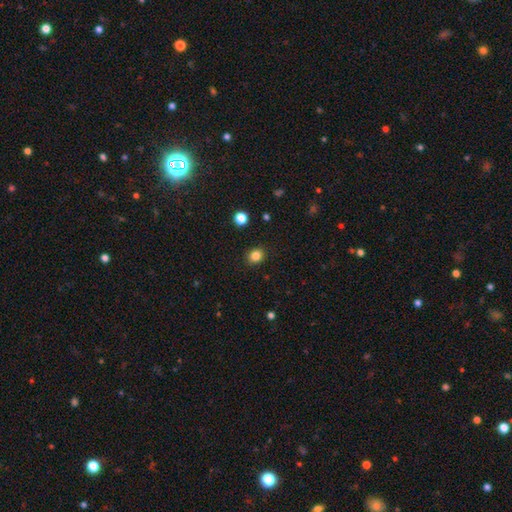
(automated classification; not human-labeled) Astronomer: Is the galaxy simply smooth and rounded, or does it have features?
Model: smooth — 84%.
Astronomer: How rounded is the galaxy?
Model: round — 68%.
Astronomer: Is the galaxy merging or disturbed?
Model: none — 90%.